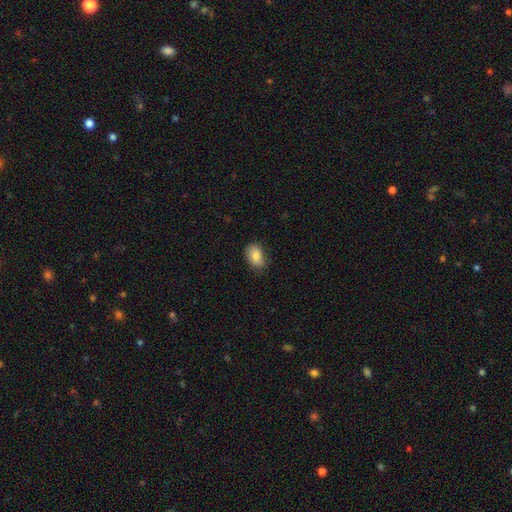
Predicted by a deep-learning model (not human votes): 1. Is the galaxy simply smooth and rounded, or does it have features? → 82% smooth, 10% featured or disk, 8% star or artifact.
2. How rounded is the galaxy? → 83% in between, 16% round, 1% cigar-shaped.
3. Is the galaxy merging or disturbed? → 71% none, 24% minor disturbance, 4% major disturbance, 1% merger.